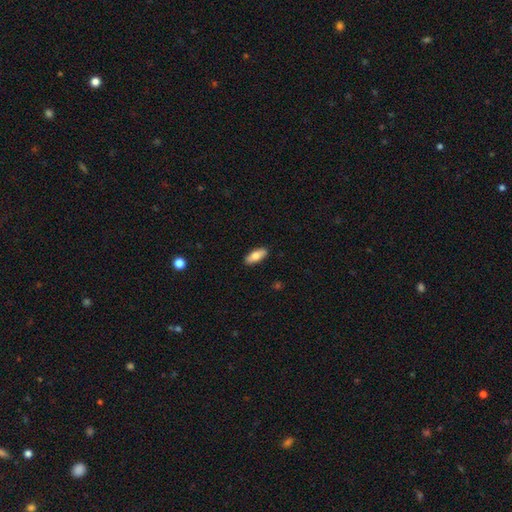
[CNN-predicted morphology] The model was most divided on "how rounded": in between: 77%, cigar-shaped: 20%, round: 2%. More confident: merging — none (90%); smooth or featured — smooth (76%).